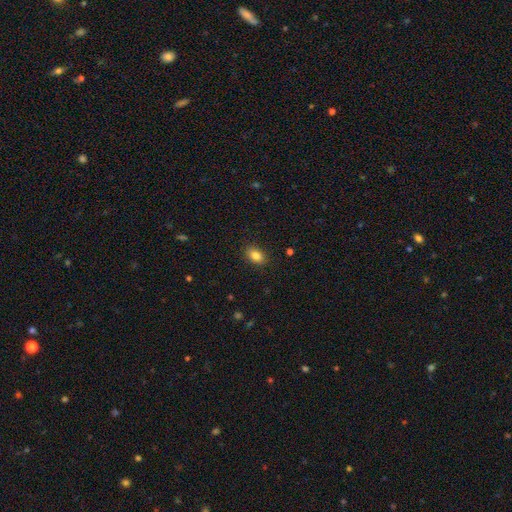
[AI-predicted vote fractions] smooth-or-featured: smooth: 84% | star or artifact: 9% | featured or disk: 7%
  how-rounded: in between: 80% | round: 18% | cigar-shaped: 1%
  merging: none: 88% | minor disturbance: 8% | major disturbance: 2% | merger: 1%